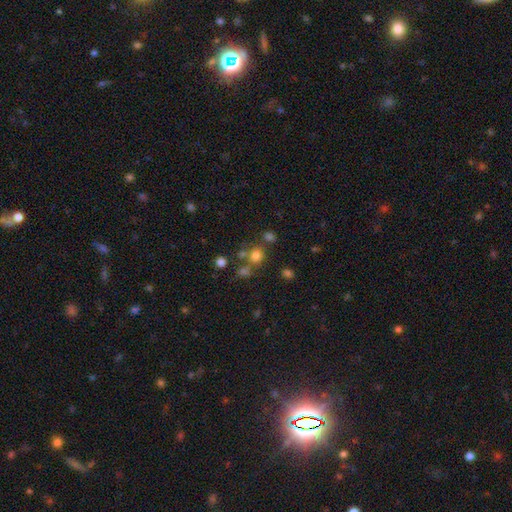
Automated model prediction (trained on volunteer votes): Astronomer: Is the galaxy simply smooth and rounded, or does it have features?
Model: smooth — 70%.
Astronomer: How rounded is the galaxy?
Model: round — 83%.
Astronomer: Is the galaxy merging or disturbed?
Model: none — 62%.